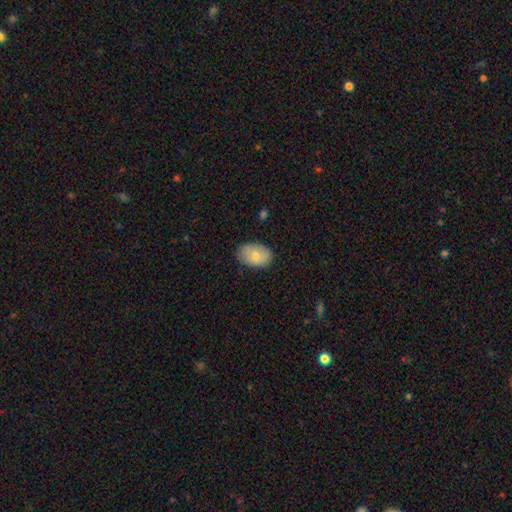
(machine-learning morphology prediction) Smooth or featured? smooth (75%)
How rounded? in between (85%)
Merging? none (83%)